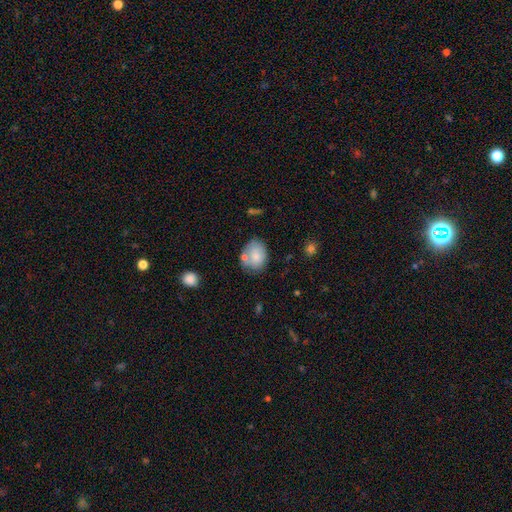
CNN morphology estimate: Overall: smooth (77%). How rounded: in between (53%; round 46%). Merging: none (59%; minor disturbance 21%).